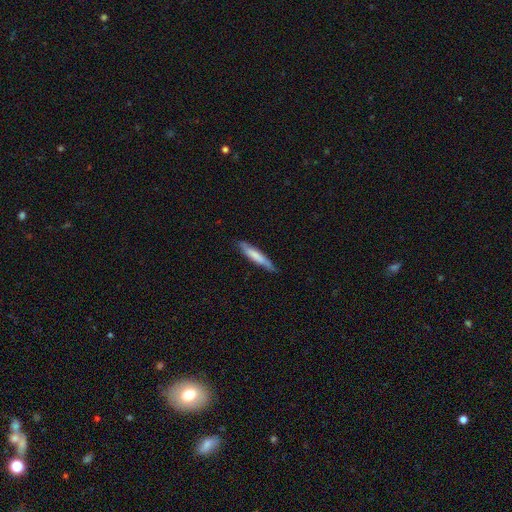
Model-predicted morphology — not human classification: smooth_or_featured: smooth (p=0.65) [alt: featured or disk p=0.29]
how_rounded: cigar-shaped (p=0.88) [alt: in between p=0.10]
merging: none (p=0.74) [alt: minor disturbance p=0.21]